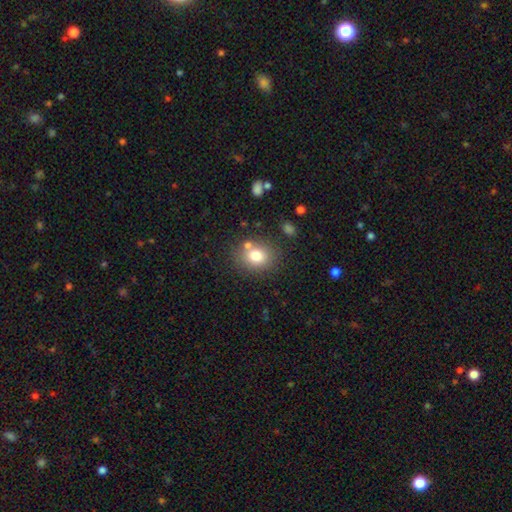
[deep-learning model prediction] Smooth or featured? smooth (76%)
How rounded? round (64%)
Merging? none (72%)